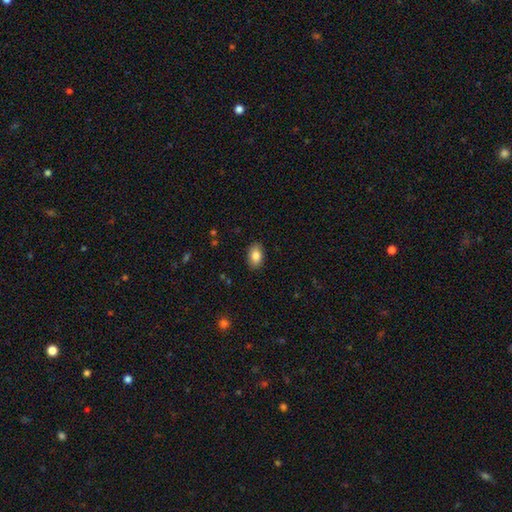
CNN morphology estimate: A smooth galaxy with no disk features (85%) that is in between round and cigar-shaped (88%).

Vote fractions:
- Smooth or featured? smooth: 85% / star or artifact: 8% / featured or disk: 7%
- How rounded? in between: 88% / round: 11% / cigar-shaped: 1%
- Merging? none: 88% / minor disturbance: 9% / major disturbance: 2% / merger: 1%